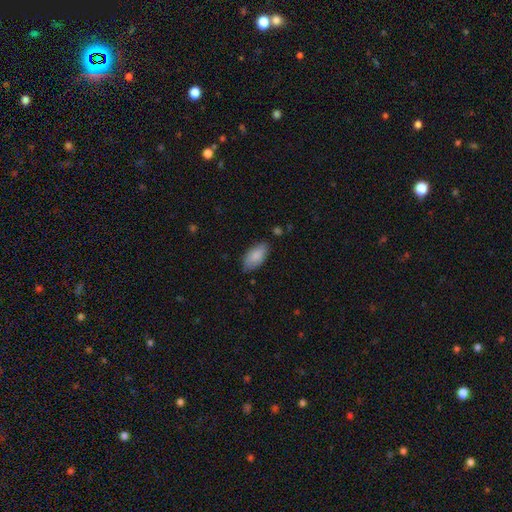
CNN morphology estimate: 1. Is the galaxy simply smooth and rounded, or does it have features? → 86% smooth, 7% featured or disk, 6% star or artifact.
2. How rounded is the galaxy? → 93% in between, 5% cigar-shaped, 2% round.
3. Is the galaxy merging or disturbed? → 77% none, 18% minor disturbance, 3% major disturbance, 2% merger.